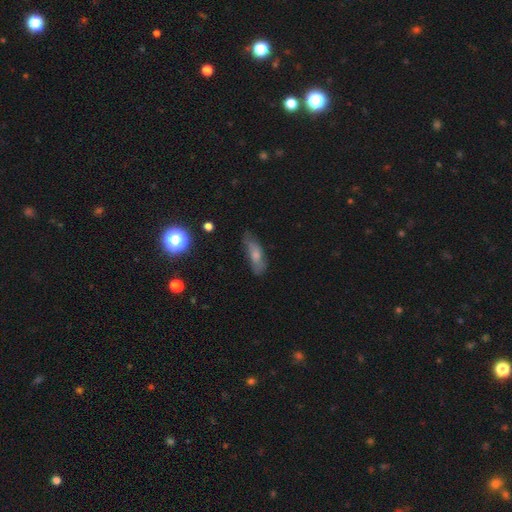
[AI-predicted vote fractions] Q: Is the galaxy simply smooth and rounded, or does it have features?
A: smooth — 52%.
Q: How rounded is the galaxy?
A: in between — 57%.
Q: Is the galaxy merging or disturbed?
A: none — 67%.